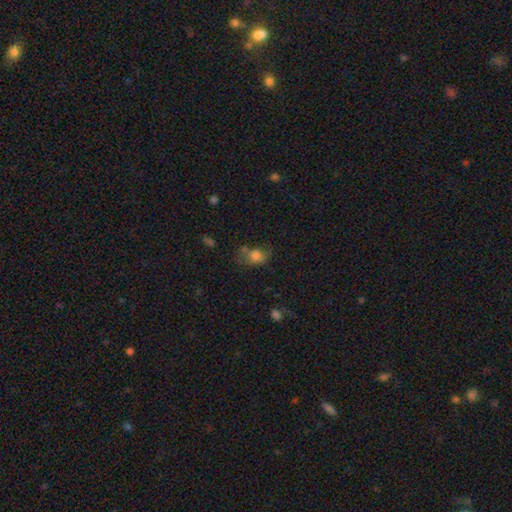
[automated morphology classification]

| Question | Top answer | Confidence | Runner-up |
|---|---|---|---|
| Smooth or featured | smooth | 69% | featured or disk (18%) |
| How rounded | in between | 59% | round (39%) |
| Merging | none | 40% | minor disturbance (28%) |